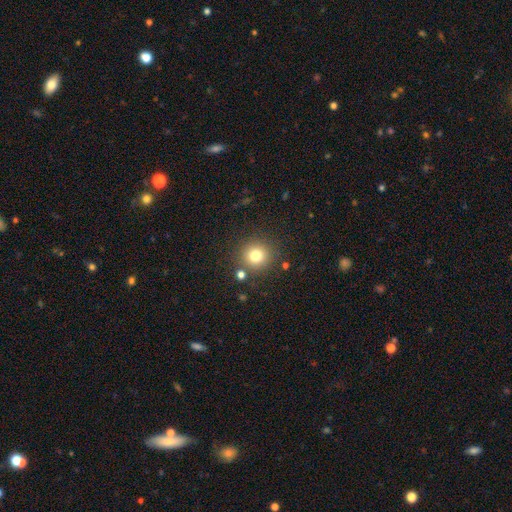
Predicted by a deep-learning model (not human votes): Morphology: type=smooth (78%); roundness=round (93%); merging=none (85%).